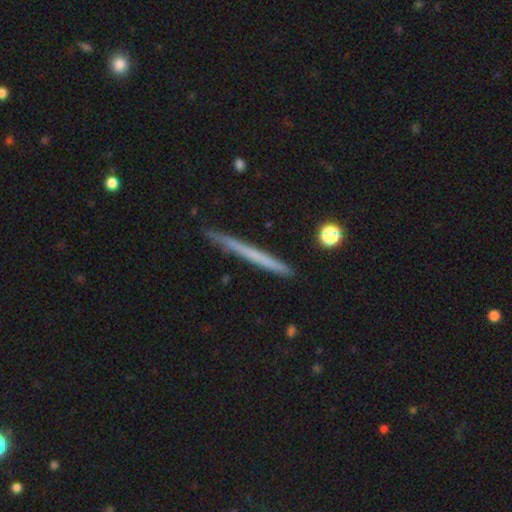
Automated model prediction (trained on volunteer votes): Smooth or featured?
  - smooth: 50% *
  - featured or disk: 44%
  - star or artifact: 6%
How rounded?
  - cigar-shaped: 97% *
  - in between: 2%
  - round: 2%
Merging?
  - none: 89% *
  - minor disturbance: 8%
  - merger: 1%
  - major disturbance: 1%